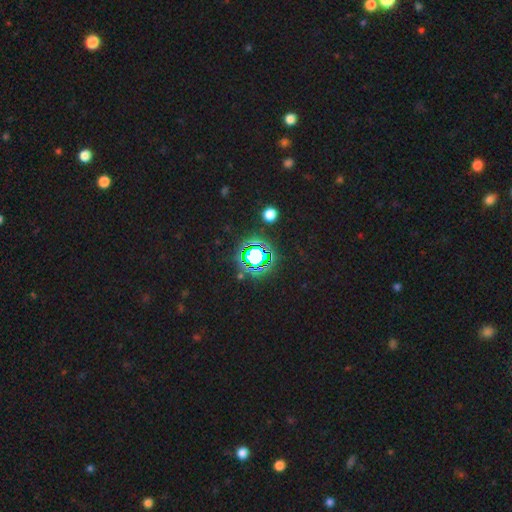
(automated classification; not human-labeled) Overall: star or artifact (71%).